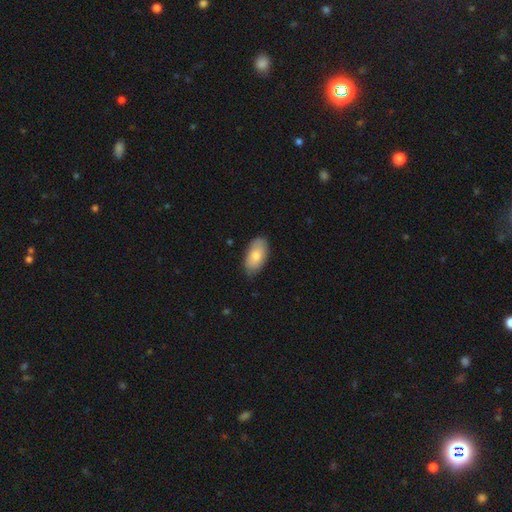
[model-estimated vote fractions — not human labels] Morphology: type=smooth (81%); roundness=in between (95%); merging=none (81%).